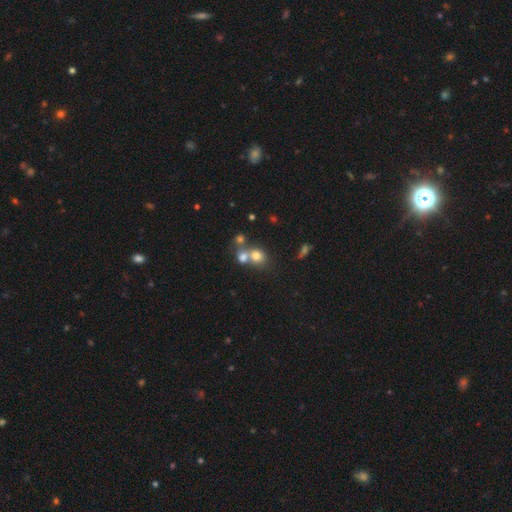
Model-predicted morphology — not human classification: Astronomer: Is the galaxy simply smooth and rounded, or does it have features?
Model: smooth — 73%.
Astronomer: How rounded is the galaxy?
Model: round — 76%.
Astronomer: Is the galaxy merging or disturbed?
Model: merger — 52% (runner-up: none, 37%).